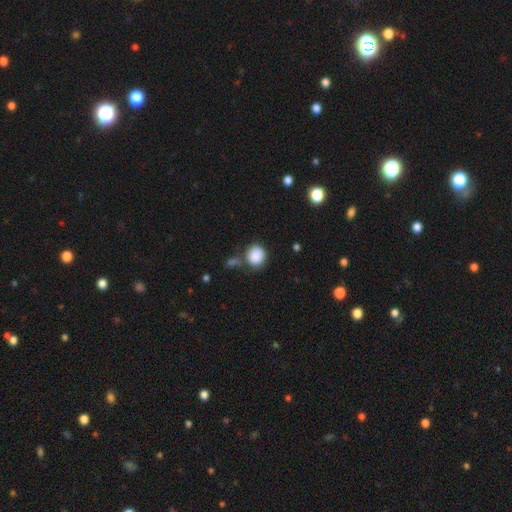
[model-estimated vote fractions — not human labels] The model was most divided on "merging": none: 61%, minor disturbance: 17%, merger: 16%, major disturbance: 7%. More confident: smooth or featured — smooth (88%); how rounded — round (82%).